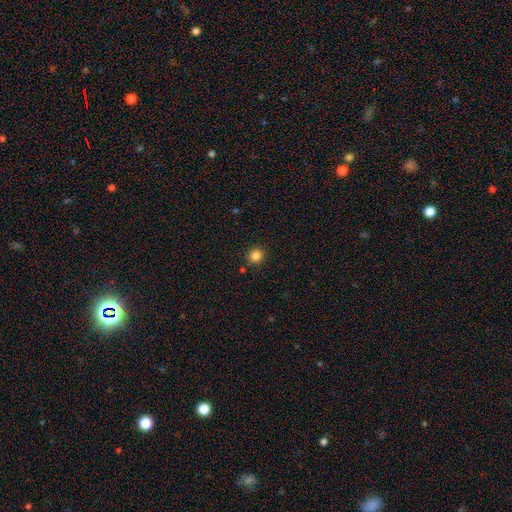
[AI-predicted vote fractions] Smooth or featured?
  - smooth: 84% *
  - star or artifact: 12%
  - featured or disk: 4%
How rounded?
  - round: 91% *
  - in between: 8%
  - cigar-shaped: 1%
Merging?
  - none: 88% *
  - minor disturbance: 7%
  - merger: 3%
  - major disturbance: 2%